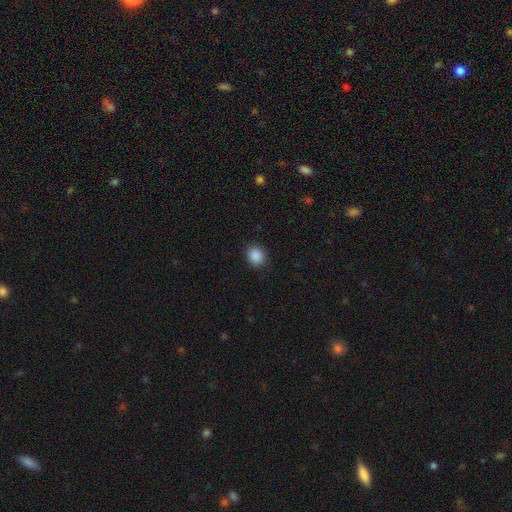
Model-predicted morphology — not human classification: Smooth or featured: smooth — 88% (star or artifact — 9%)
How rounded: round — 72% (in between — 27%)
Merging: none — 90% (minor disturbance — 7%)